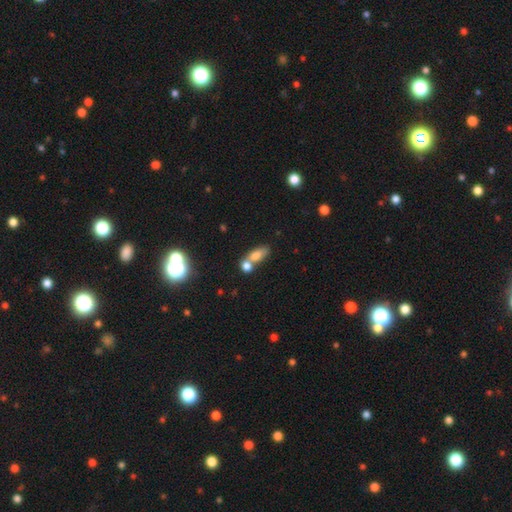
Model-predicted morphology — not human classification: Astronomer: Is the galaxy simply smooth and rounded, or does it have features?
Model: smooth — 75%.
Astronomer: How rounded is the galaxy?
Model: in between — 70%.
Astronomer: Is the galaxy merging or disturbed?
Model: merger — 50% (runner-up: none, 34%).